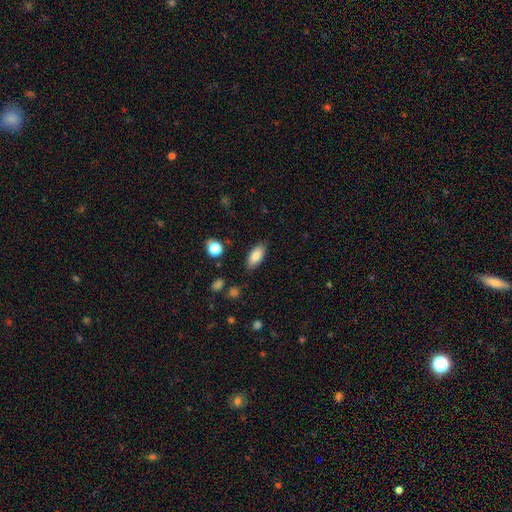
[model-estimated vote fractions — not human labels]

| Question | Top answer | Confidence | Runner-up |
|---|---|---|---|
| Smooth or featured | smooth | 82% | featured or disk (10%) |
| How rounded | in between | 87% | cigar-shaped (10%) |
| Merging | none | 85% | minor disturbance (11%) |